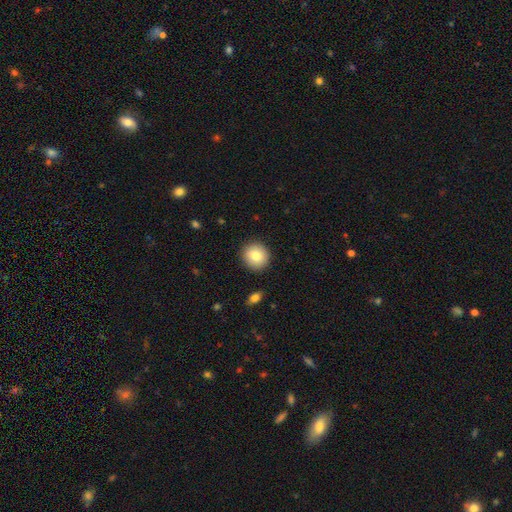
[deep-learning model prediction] Q: Smooth or featured?
A: smooth (82%); runner-up: featured or disk (9%)
Q: How rounded?
A: round (90%); runner-up: in between (9%)
Q: Merging?
A: none (90%); runner-up: minor disturbance (6%)